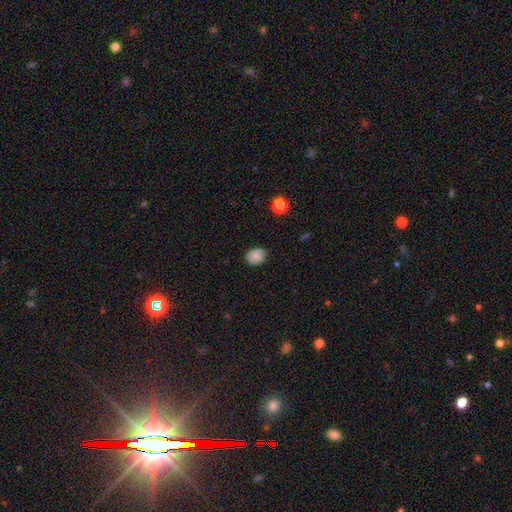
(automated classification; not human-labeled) Morphology: type=smooth (83%); roundness=round (63%); merging=none (81%).